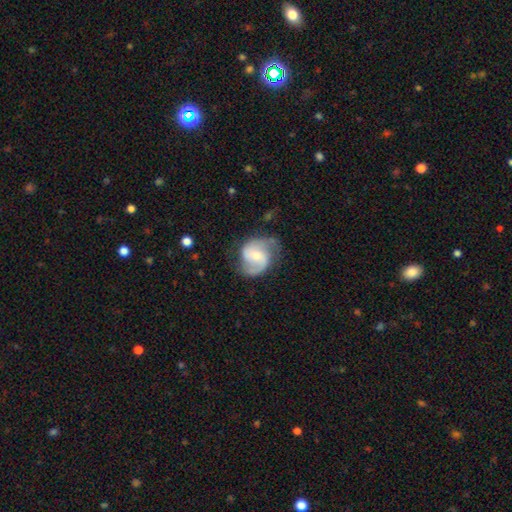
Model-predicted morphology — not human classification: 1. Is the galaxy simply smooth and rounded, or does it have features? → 81% featured or disk, 14% smooth, 5% star or artifact.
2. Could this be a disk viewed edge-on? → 98% no, 2% yes.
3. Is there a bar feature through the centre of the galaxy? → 45% weak, 42% no, 12% strong.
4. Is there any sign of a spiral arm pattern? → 95% yes, 5% no.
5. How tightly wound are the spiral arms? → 52% medium, 28% loose, 20% tight.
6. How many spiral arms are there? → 88% 2, 5% can't tell, 4% 1, 2% 3, 1% 4, 1% more than 4.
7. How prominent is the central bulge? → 50% moderate, 43% small, 3% large, 3% none, 1% dominant.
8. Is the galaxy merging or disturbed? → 67% none, 22% minor disturbance, 9% major disturbance, 2% merger.